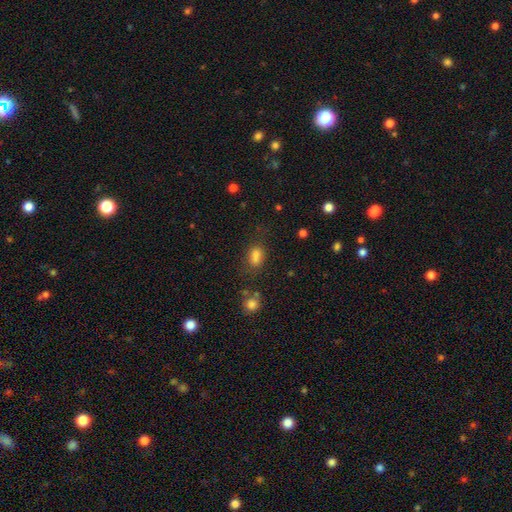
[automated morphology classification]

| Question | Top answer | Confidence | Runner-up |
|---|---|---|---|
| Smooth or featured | smooth | 72% | star or artifact (17%) |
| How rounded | in between | 64% | round (33%) |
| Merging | none | 45% | merger (32%) |